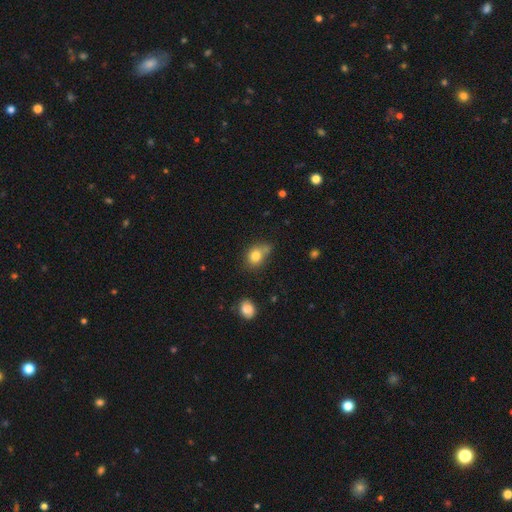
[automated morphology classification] smooth 80%, star or artifact 11%, featured or disk 9%. Down the decision tree: how rounded — round (54%); merging — none (55%).